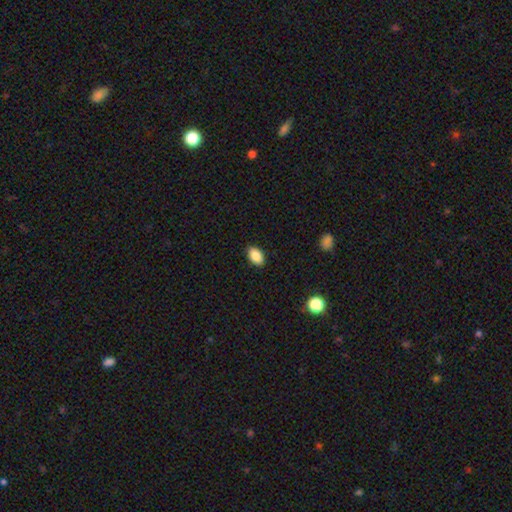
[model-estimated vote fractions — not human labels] Smooth or featured?
  - smooth: 86% *
  - star or artifact: 8%
  - featured or disk: 6%
How rounded?
  - in between: 90% *
  - round: 8%
  - cigar-shaped: 1%
Merging?
  - none: 89% *
  - minor disturbance: 8%
  - major disturbance: 2%
  - merger: 1%